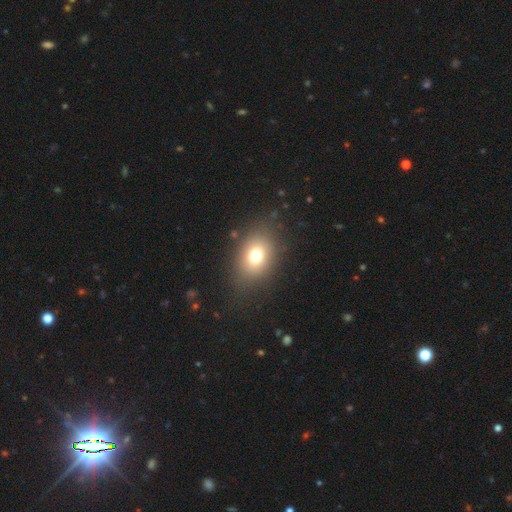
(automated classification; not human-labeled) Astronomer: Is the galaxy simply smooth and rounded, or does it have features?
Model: smooth — 74%.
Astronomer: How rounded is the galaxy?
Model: in between — 66%.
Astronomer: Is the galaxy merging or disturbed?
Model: none — 83%.